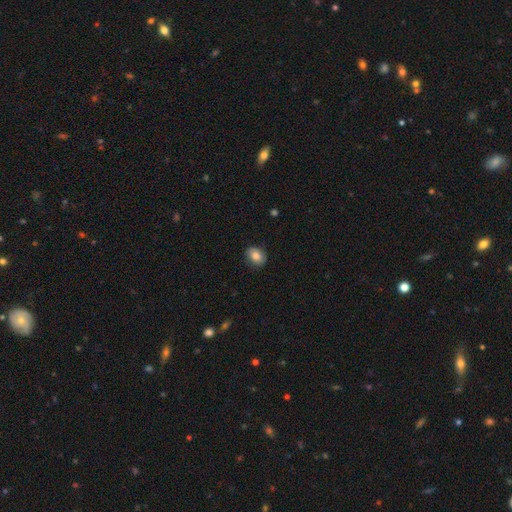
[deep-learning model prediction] Smooth or featured? smooth (82%)
How rounded? in between (58%)
Merging? none (84%)